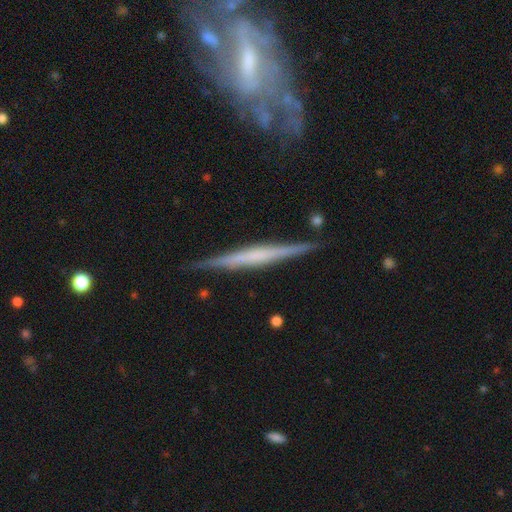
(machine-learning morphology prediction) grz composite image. It shows a featured or disk galaxy (69%) viewed edge-on (97%) with no central bulge (60%). Merging: none (86%).